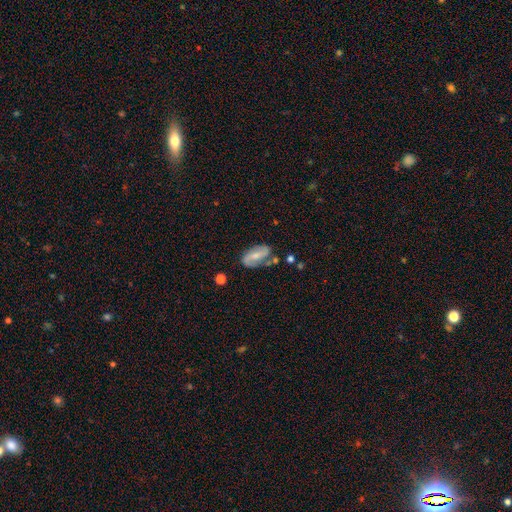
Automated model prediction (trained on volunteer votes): A featured or disk galaxy (63%) with a weak bar (36%), 2 (84%) loose (46%) spiral arms (86%) and a small central bulge (56%).

Vote fractions:
- Smooth or featured? featured or disk: 63% / smooth: 31% / star or artifact: 7%
- Edge-on disk? no: 93% / yes: 7%
- Bar? weak: 36% / no: 33% / strong: 31%
- Spiral arms? yes: 86% / no: 14%
- Spiral winding? loose: 46% / medium: 34% / tight: 19%
- Spiral arm count? 2: 84% / can't tell: 8% / 1: 5% / 3: 1% / 4: 1% / more than 4: 1%
- Bulge size? small: 56% / moderate: 35% / none: 5% / large: 2% / dominant: 1%
- Merging? none: 67% / minor disturbance: 21% / major disturbance: 7% / merger: 6%